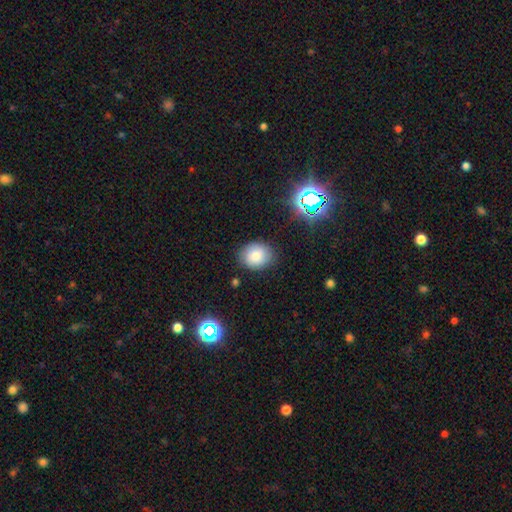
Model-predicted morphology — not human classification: smooth-or-featured: smooth: 78% | star or artifact: 11% | featured or disk: 11%
  how-rounded: round: 57% | in between: 42% | cigar-shaped: 1%
  merging: none: 83% | minor disturbance: 13% | major disturbance: 3% | merger: 2%